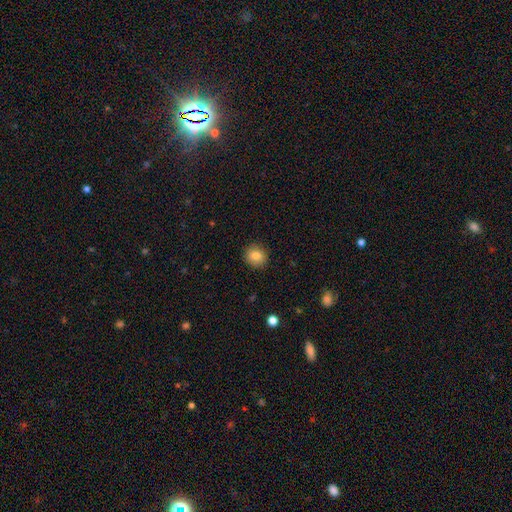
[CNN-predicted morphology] Smooth or featured: smooth — 84% (star or artifact — 9%)
How rounded: round — 81% (in between — 18%)
Merging: none — 89% (minor disturbance — 8%)